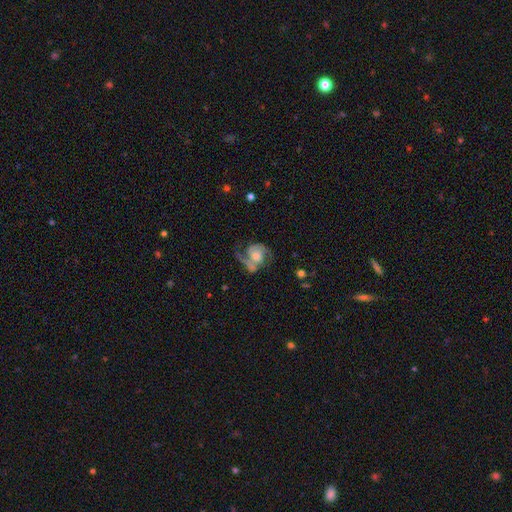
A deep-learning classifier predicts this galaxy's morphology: Smooth or featured?
  - featured or disk: 84% *
  - smooth: 10%
  - star or artifact: 6%
Edge-on disk?
  - no: 98% *
  - yes: 2%
Bar?
  - no: 65% *
  - weak: 28%
  - strong: 7%
Spiral arms?
  - yes: 96% *
  - no: 4%
Spiral winding?
  - medium: 52% *
  - loose: 25%
  - tight: 23%
Spiral arm count?
  - 2: 87% *
  - 1: 6%
  - can't tell: 4%
  - 3: 2%
  - 4: 1%
  - more than 4: 1%
Bulge size?
  - moderate: 49% *
  - small: 31%
  - large: 11%
  - none: 7%
  - dominant: 2%
Merging?
  - none: 53% *
  - minor disturbance: 20%
  - major disturbance: 18%
  - merger: 8%